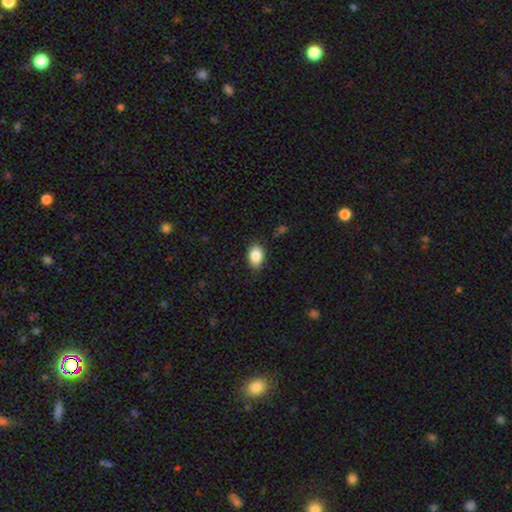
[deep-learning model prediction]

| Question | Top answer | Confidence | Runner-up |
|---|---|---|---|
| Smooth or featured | smooth | 86% | star or artifact (8%) |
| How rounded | in between | 87% | round (12%) |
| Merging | none | 84% | minor disturbance (12%) |